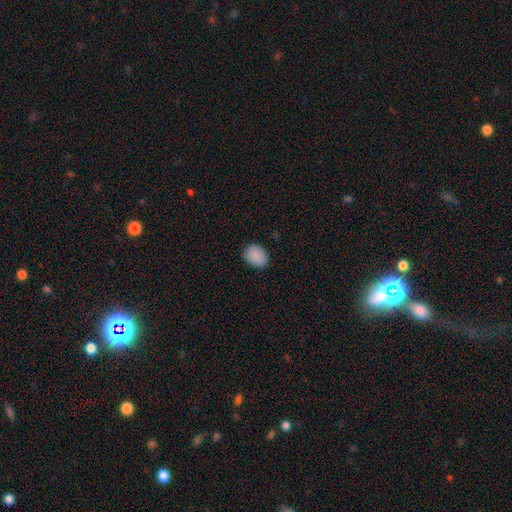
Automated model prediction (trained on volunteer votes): Overall: smooth (89%). How rounded: in between (64%; round 35%). Merging: none (84%).